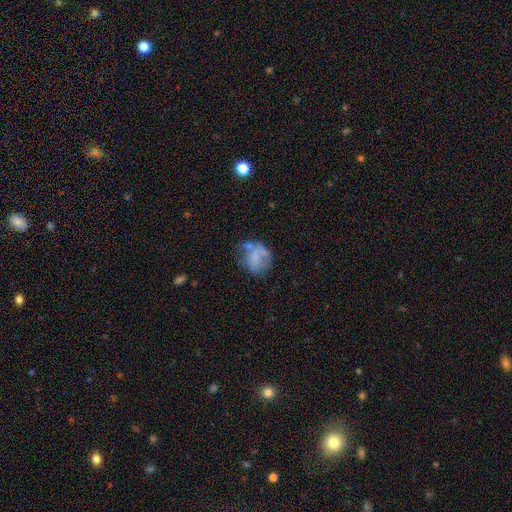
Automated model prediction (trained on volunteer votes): Overall: smooth (58%; featured or disk 31%). How rounded: round (67%; in between 32%). Merging: none (42%; minor disturbance 27%).